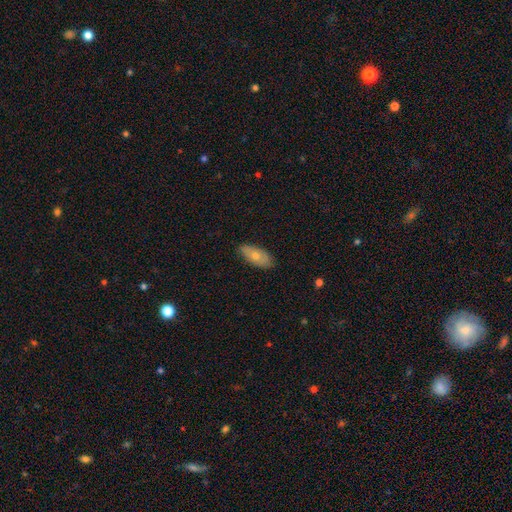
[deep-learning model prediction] Smooth or featured?
  - smooth: 65% *
  - featured or disk: 28%
  - star or artifact: 6%
How rounded?
  - in between: 89% *
  - cigar-shaped: 7%
  - round: 4%
Merging?
  - none: 80% *
  - minor disturbance: 17%
  - major disturbance: 3%
  - merger: 1%